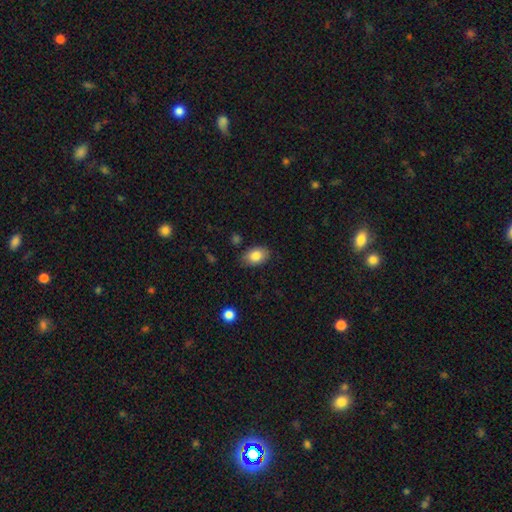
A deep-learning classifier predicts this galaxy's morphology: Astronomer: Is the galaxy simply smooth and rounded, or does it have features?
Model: smooth — 84%.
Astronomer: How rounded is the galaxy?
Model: in between — 83%.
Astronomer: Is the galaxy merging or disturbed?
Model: none — 82%.